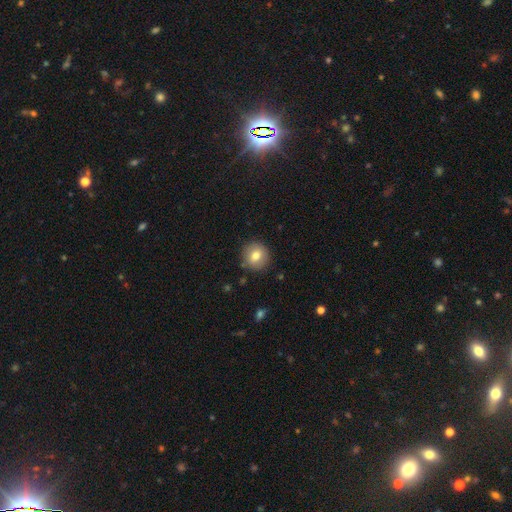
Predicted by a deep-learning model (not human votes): Smooth or featured?
  - smooth: 77% *
  - featured or disk: 14%
  - star or artifact: 9%
How rounded?
  - round: 89% *
  - in between: 10%
  - cigar-shaped: 1%
Merging?
  - none: 88% *
  - minor disturbance: 8%
  - major disturbance: 2%
  - merger: 2%